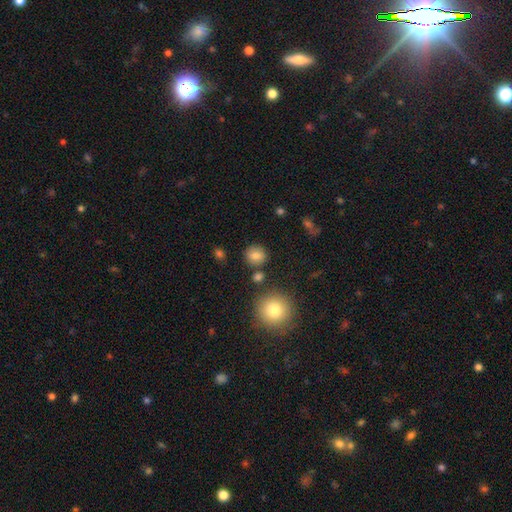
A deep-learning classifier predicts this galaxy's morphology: A smooth galaxy with no disk features (81%) that is round (89%).

Vote fractions:
- Smooth or featured? smooth: 81% / star or artifact: 11% / featured or disk: 7%
- How rounded? round: 89% / in between: 10% / cigar-shaped: 1%
- Merging? none: 84% / minor disturbance: 8% / merger: 5% / major disturbance: 3%